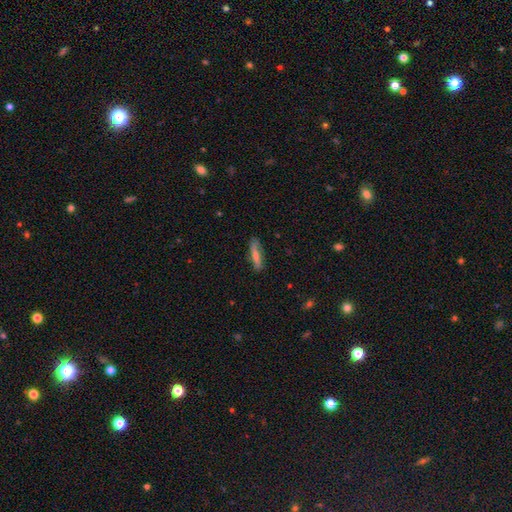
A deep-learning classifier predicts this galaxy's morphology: Overall: smooth (55%; featured or disk 37%). How rounded: cigar-shaped (79%). Merging: none (81%).